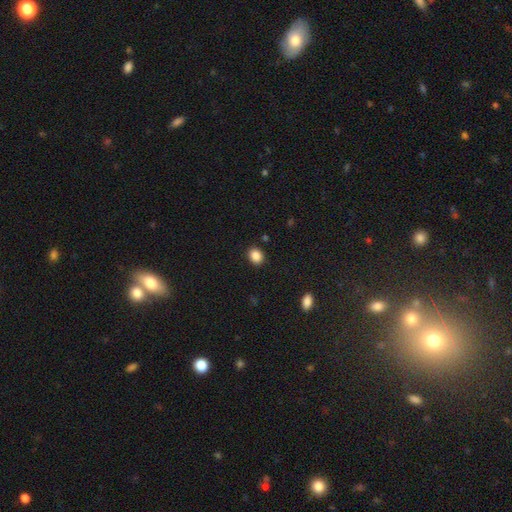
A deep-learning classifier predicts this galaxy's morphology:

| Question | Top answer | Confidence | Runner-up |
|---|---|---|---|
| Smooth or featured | smooth | 87% | star or artifact (9%) |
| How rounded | round | 55% | in between (44%) |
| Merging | none | 90% | minor disturbance (7%) |